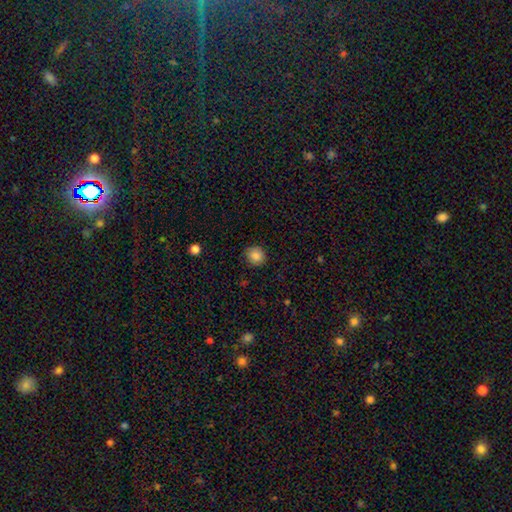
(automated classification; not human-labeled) Smooth or featured: smooth — 84% (star or artifact — 10%)
How rounded: round — 87% (in between — 12%)
Merging: none — 86% (minor disturbance — 10%)